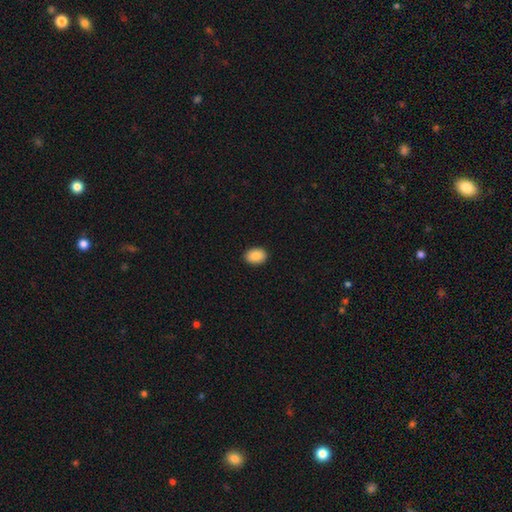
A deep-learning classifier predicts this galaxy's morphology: Q: Smooth or featured?
A: smooth (89%); runner-up: star or artifact (7%)
Q: How rounded?
A: in between (76%); runner-up: round (23%)
Q: Merging?
A: none (91%); runner-up: minor disturbance (7%)